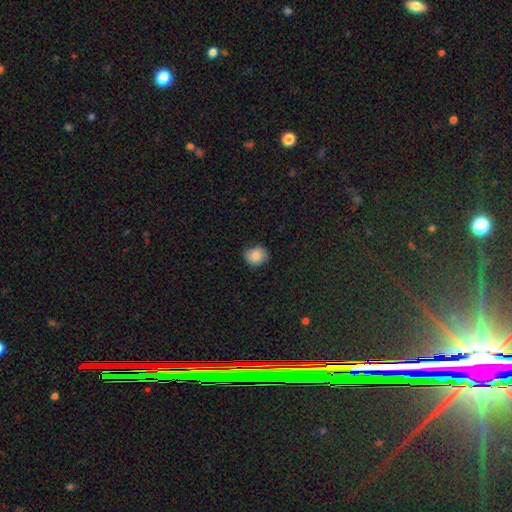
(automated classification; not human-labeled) A smooth galaxy with no disk features (83%) that is round (66%).

Vote fractions:
- Smooth or featured? smooth: 83% / star or artifact: 9% / featured or disk: 8%
- How rounded? round: 66% / in between: 33% / cigar-shaped: 1%
- Merging? none: 79% / minor disturbance: 17% / major disturbance: 3% / merger: 1%